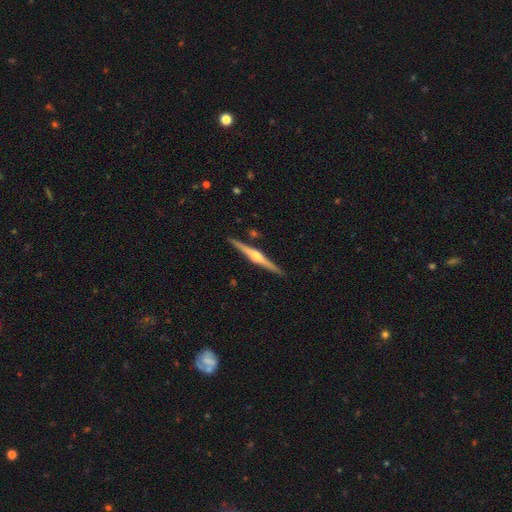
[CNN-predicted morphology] Smooth or featured?
  - featured or disk: 80% *
  - smooth: 15%
  - star or artifact: 5%
Edge-on disk?
  - yes: 98% *
  - no: 2%
Edge-on bulge?
  - rounded: 87% *
  - boxy: 8%
  - none: 5%
Merging?
  - none: 90% *
  - minor disturbance: 7%
  - merger: 2%
  - major disturbance: 1%